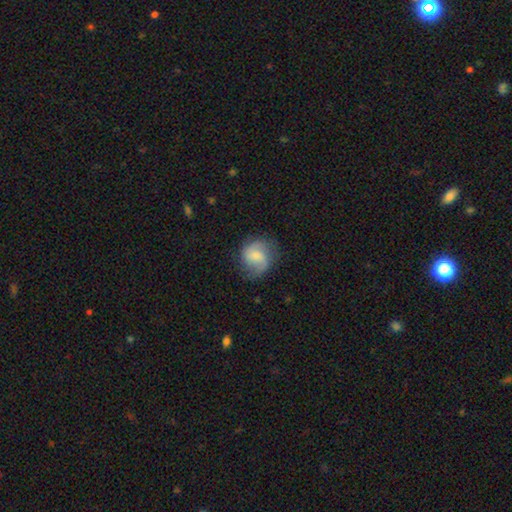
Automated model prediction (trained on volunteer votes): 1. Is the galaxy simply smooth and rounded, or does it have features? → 46% featured or disk (tied), 46% smooth (tied), 8% star or artifact.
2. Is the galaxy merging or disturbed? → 68% none, 21% minor disturbance, 10% major disturbance, 1% merger.